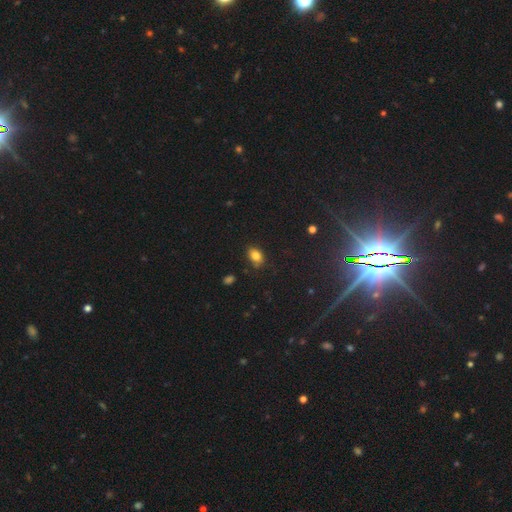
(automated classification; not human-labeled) smooth 82%, star or artifact 11%, featured or disk 7%. Down the decision tree: how rounded — in between (81%); merging — none (78%).